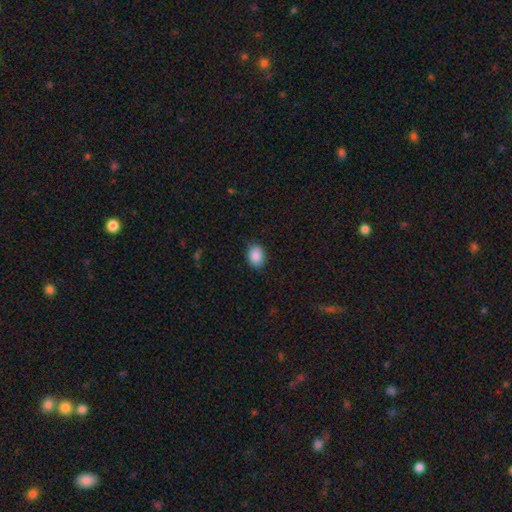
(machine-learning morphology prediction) smooth_or_featured: smooth (p=0.88) [alt: star or artifact p=0.08]
how_rounded: in between (p=0.64) [alt: round p=0.35]
merging: none (p=0.84) [alt: minor disturbance p=0.12]